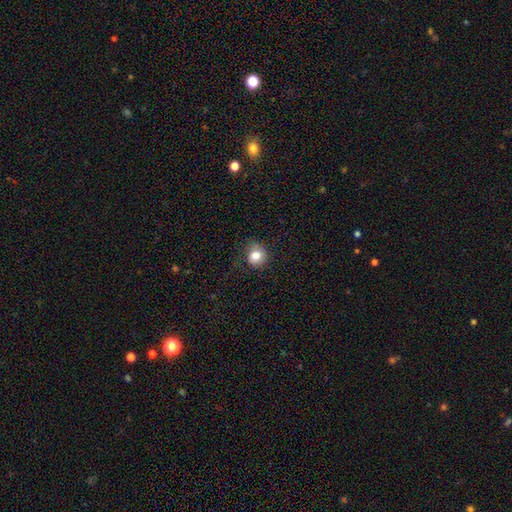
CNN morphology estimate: Smooth or featured: smooth — 81% (star or artifact — 10%)
How rounded: round — 80% (in between — 19%)
Merging: none — 73% (minor disturbance — 19%)